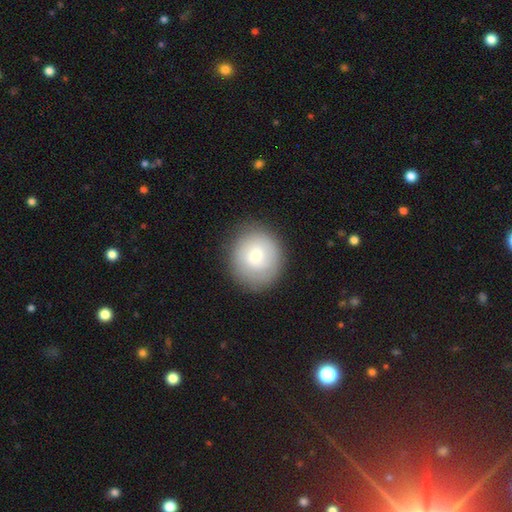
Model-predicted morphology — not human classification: A smooth galaxy with no disk features (71%) that is round (83%). Merging: none (85%).